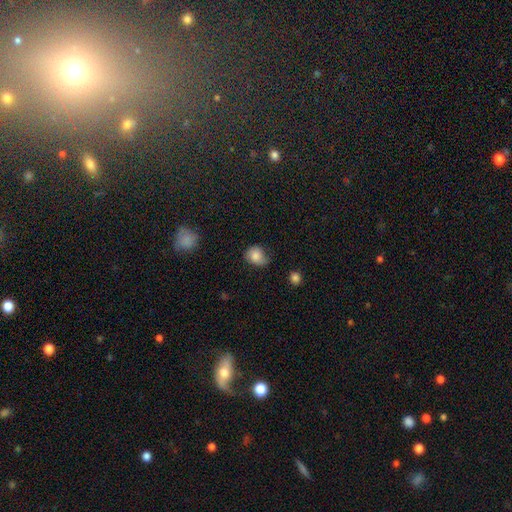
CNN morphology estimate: Smooth or featured: smooth — 82% (star or artifact — 9%)
How rounded: round — 57% (in between — 42%)
Merging: none — 51% (minor disturbance — 38%)